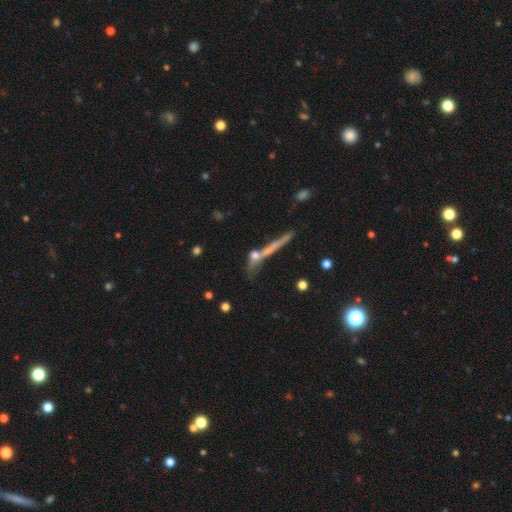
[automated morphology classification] Smooth or featured?
  - featured or disk: 44% *
  - smooth: 43%
  - star or artifact: 13%
Merging?
  - none: 46% *
  - merger: 28%
  - minor disturbance: 15%
  - major disturbance: 11%